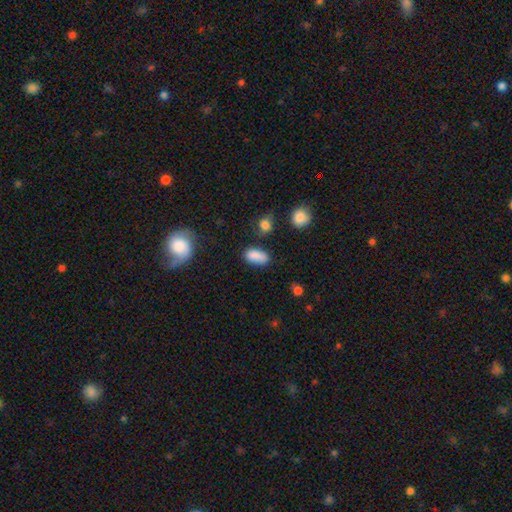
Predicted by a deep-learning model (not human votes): Smooth or featured? smooth (86%)
How rounded? in between (90%)
Merging? none (71%)